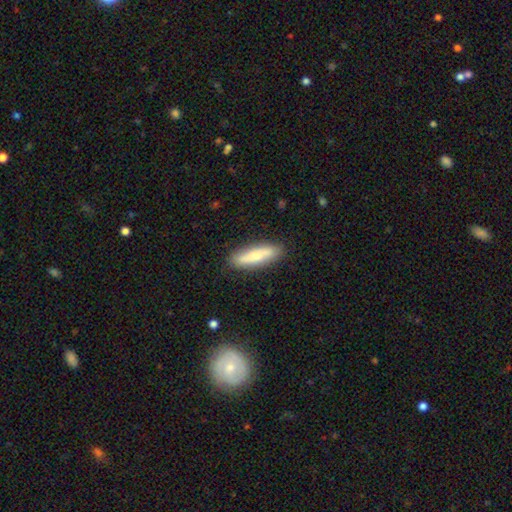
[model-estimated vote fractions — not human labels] smooth 63%, featured or disk 32%, star or artifact 6%. Down the decision tree: how rounded — cigar-shaped (67%); merging — none (87%).